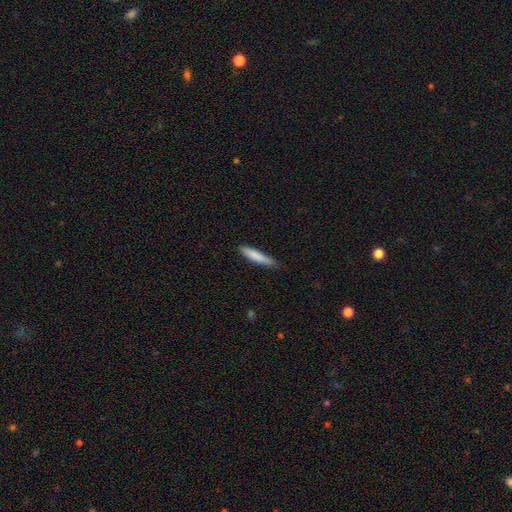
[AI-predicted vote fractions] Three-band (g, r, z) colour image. It shows a smooth galaxy with no disk features (81%) that is cigar-shaped (88%). Merging: none (78%).